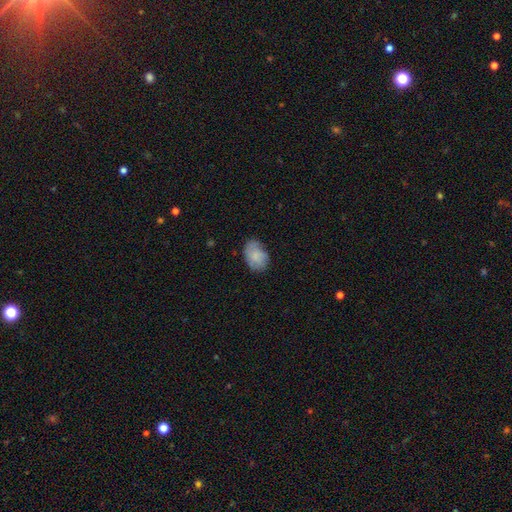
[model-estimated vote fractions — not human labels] Smooth or featured? smooth (78%)
How rounded? in between (84%)
Merging? none (62%)